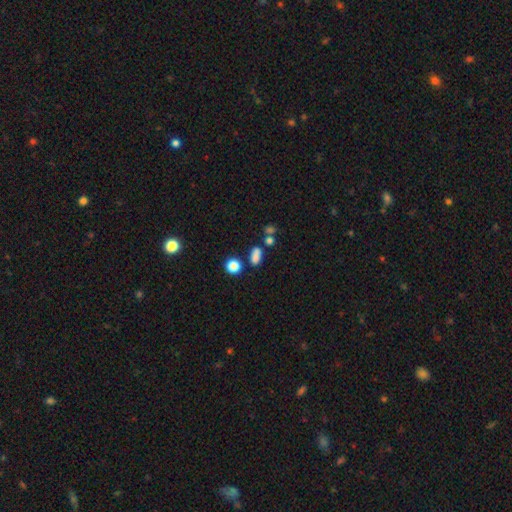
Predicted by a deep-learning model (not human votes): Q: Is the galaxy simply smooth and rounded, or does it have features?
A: smooth — 79%.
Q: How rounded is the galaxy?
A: in between — 76%.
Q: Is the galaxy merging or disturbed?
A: none — 66%.